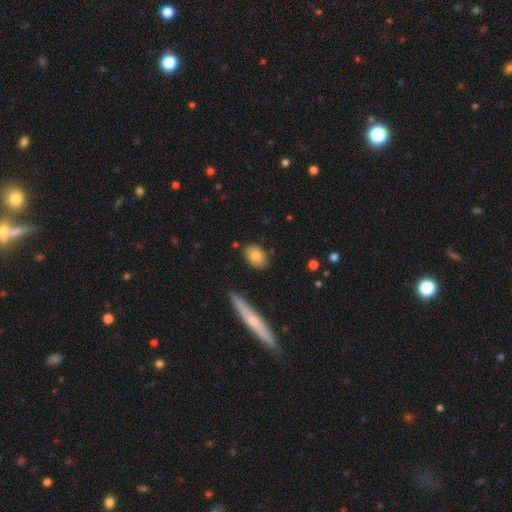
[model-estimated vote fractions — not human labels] A smooth galaxy with no disk features (82%) that is in between round and cigar-shaped (69%). Merging: none (84%).